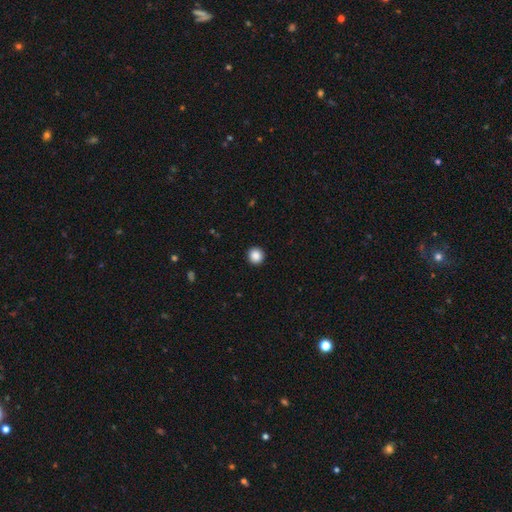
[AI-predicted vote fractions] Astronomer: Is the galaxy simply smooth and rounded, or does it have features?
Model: smooth — 88%.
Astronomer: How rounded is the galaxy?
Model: round — 94%.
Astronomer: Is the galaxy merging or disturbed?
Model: none — 94%.